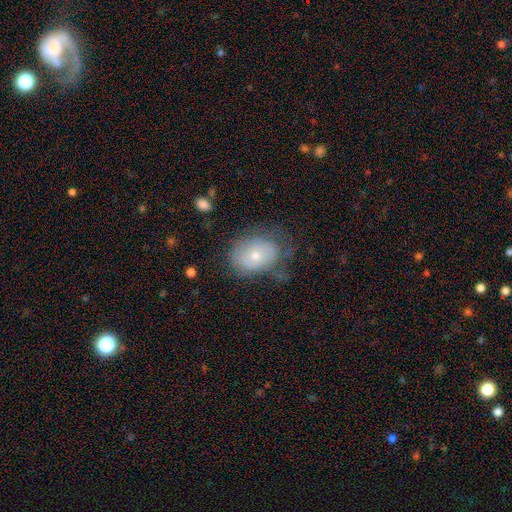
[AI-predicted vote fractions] Smooth or featured?
  - smooth: 59% *
  - featured or disk: 33%
  - star or artifact: 8%
How rounded?
  - in between: 69% *
  - round: 30%
  - cigar-shaped: 1%
Merging?
  - none: 49% *
  - minor disturbance: 31%
  - major disturbance: 18%
  - merger: 2%